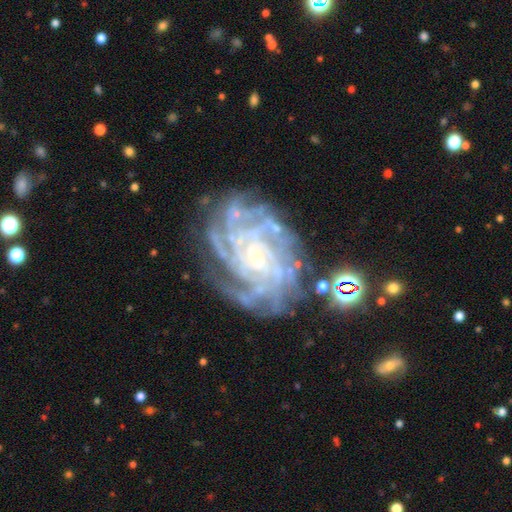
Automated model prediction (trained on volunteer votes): Smooth or featured? featured or disk (88%)
Edge-on disk? no (97%)
Bar? no (54%)
Spiral arms? yes (97%)
Spiral winding? tight (75%)
Spiral arm count? more than 4 (30%)
Bulge size? small (75%)
Merging? none (74%)